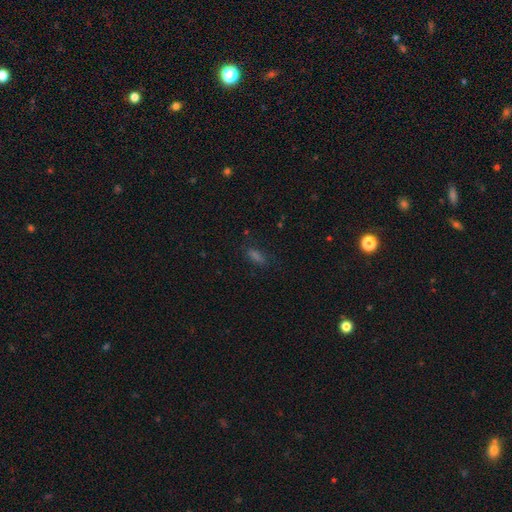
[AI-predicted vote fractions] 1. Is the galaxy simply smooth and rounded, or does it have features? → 60% smooth, 28% star or artifact, 11% featured or disk.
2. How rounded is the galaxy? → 66% in between, 28% cigar-shaped, 7% round.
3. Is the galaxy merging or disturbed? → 76% none, 15% minor disturbance, 7% major disturbance, 2% merger.